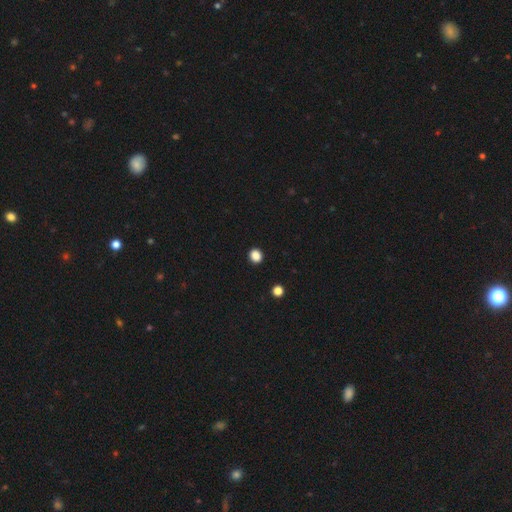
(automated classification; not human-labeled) smooth 86%, star or artifact 11%, featured or disk 2%. Down the decision tree: how rounded — round (74%); merging — none (92%).